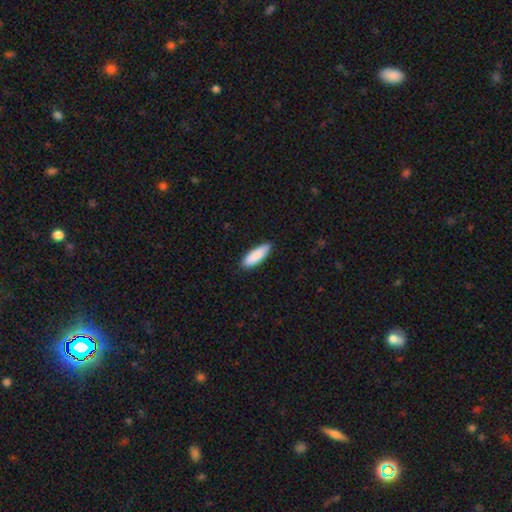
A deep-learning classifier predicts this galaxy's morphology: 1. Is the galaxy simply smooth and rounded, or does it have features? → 88% smooth, 7% featured or disk, 5% star or artifact.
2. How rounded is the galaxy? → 54% in between, 44% cigar-shaped, 1% round.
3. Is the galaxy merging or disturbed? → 85% none, 12% minor disturbance, 2% major disturbance, 1% merger.